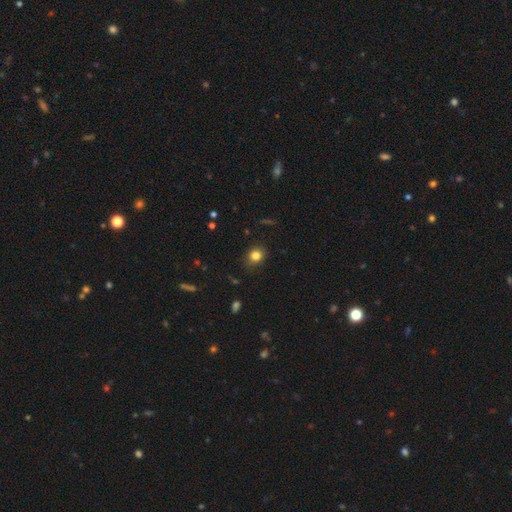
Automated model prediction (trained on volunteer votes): smooth-or-featured: smooth: 82% | star or artifact: 12% | featured or disk: 6%
  how-rounded: round: 66% | in between: 33% | cigar-shaped: 1%
  merging: none: 83% | minor disturbance: 13% | major disturbance: 3% | merger: 1%